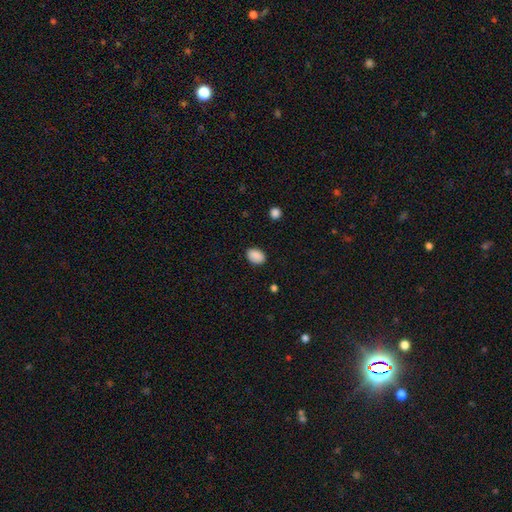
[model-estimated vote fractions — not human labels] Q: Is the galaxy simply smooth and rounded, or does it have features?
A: smooth — 90%.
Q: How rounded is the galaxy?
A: in between — 78%.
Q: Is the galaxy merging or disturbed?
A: none — 86%.